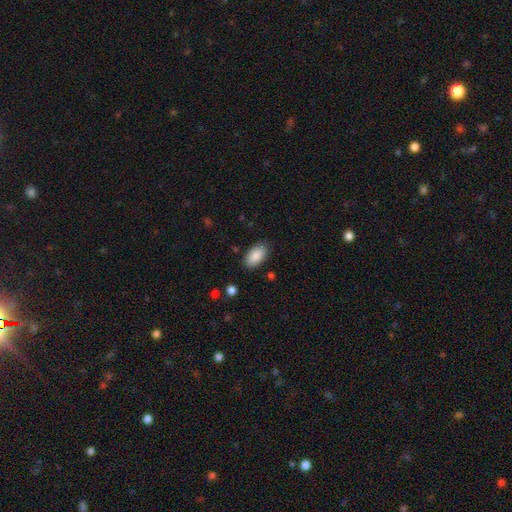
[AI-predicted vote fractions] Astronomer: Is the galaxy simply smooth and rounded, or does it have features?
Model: smooth — 88%.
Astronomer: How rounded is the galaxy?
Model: in between — 95%.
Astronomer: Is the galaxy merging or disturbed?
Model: none — 85%.